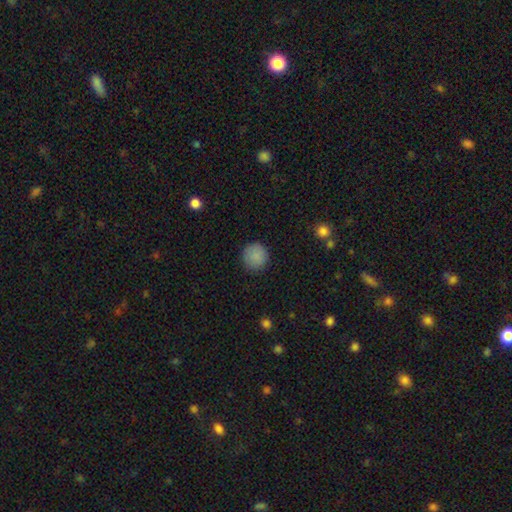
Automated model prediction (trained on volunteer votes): Smooth or featured? Predicted: smooth (p=0.87). How rounded? Predicted: round (p=0.93). Merging? Predicted: none (p=0.88).